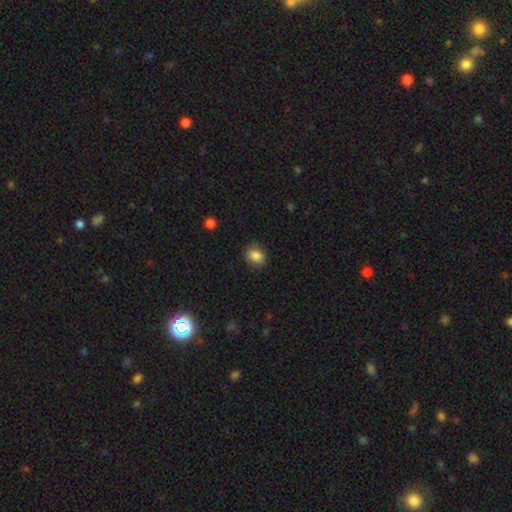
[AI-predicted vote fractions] smooth 85%, star or artifact 9%, featured or disk 6%. Down the decision tree: how rounded — in between (56%); merging — none (80%).